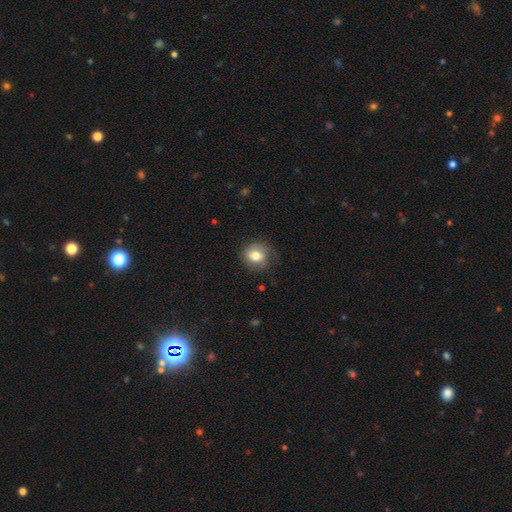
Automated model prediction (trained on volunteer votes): A smooth galaxy with no disk features (79%) that is round (78%). Merging: none (73%).